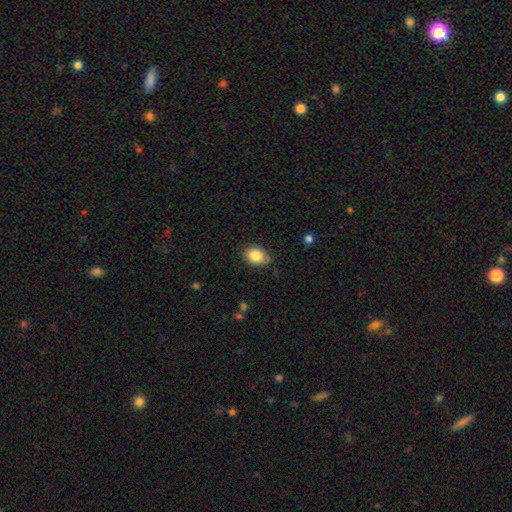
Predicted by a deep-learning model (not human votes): A smooth galaxy with no disk features (85%) that is in between round and cigar-shaped (71%). Merging: none (78%).